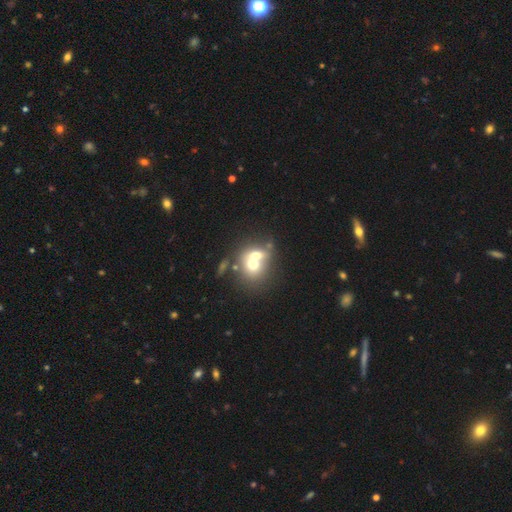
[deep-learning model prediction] Smooth or featured? smooth (62%)
How rounded? round (65%)
Merging? merger (64%)